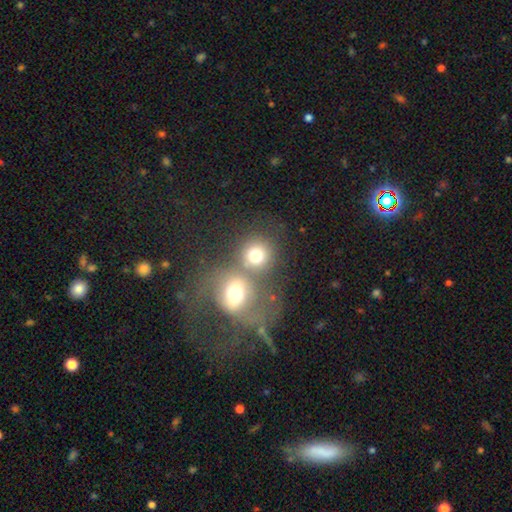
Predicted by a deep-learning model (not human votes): Smooth or featured? Predicted: smooth (p=0.71). How rounded? Predicted: round (p=0.82). Merging? Predicted: merger (p=0.48).